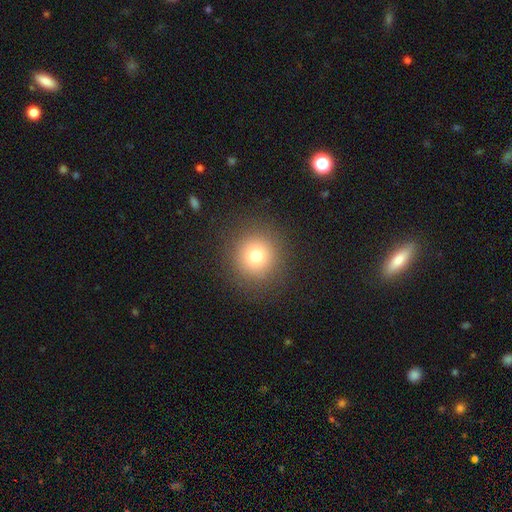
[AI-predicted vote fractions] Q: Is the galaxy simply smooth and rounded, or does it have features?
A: smooth — 76%.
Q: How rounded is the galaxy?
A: round — 94%.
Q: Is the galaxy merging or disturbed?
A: none — 90%.